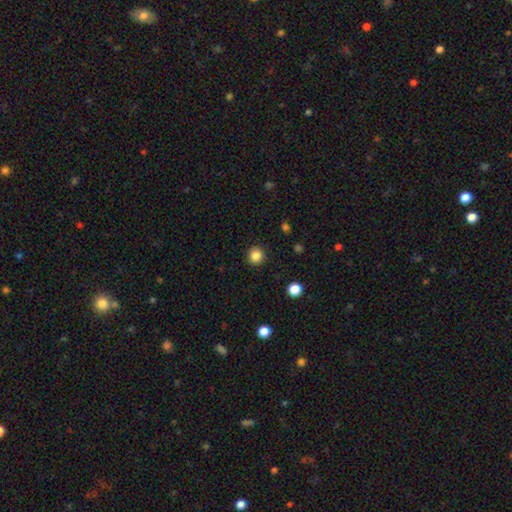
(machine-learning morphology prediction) Smooth or featured?
  - smooth: 85% *
  - star or artifact: 11%
  - featured or disk: 4%
How rounded?
  - round: 93% *
  - in between: 6%
  - cigar-shaped: 1%
Merging?
  - none: 92% *
  - minor disturbance: 6%
  - major disturbance: 2%
  - merger: 1%